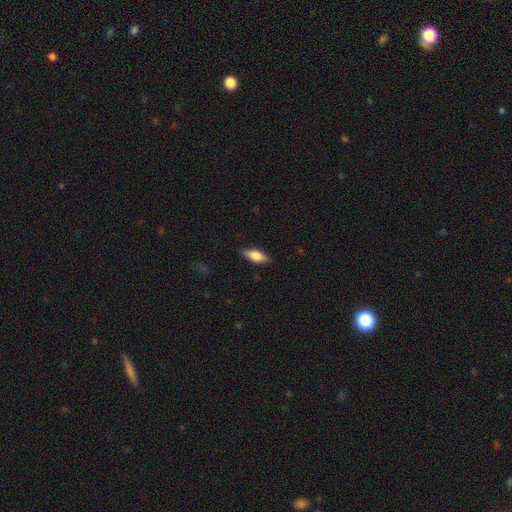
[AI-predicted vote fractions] Overall: smooth (63%; featured or disk 30%). How rounded: in between (75%). Merging: none (83%).